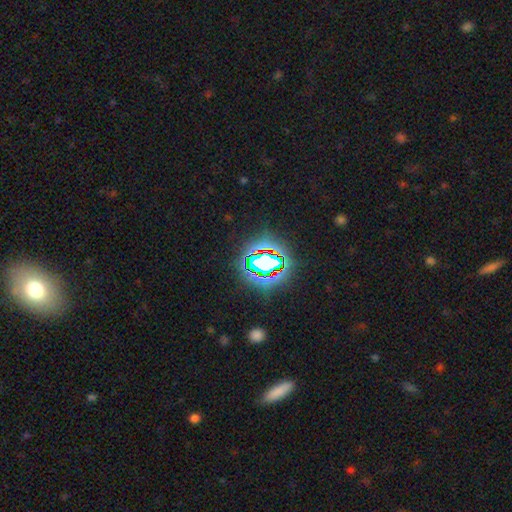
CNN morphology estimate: Overall: star or artifact (73%).